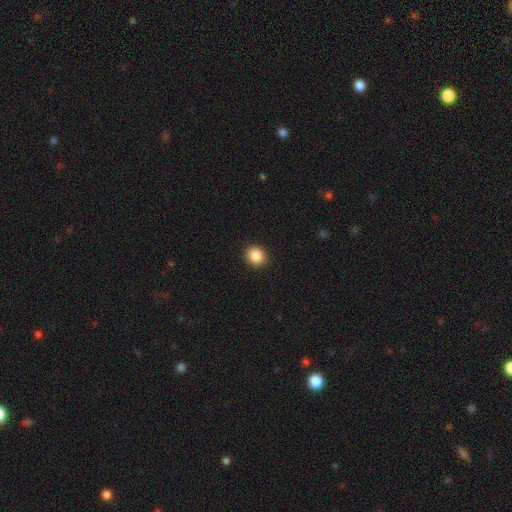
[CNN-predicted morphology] A smooth galaxy with no disk features (87%) that is round (79%).

Vote fractions:
- Smooth or featured? smooth: 87% / star or artifact: 9% / featured or disk: 4%
- How rounded? round: 79% / in between: 20% / cigar-shaped: 1%
- Merging? none: 92% / minor disturbance: 5% / major disturbance: 2% / merger: 1%